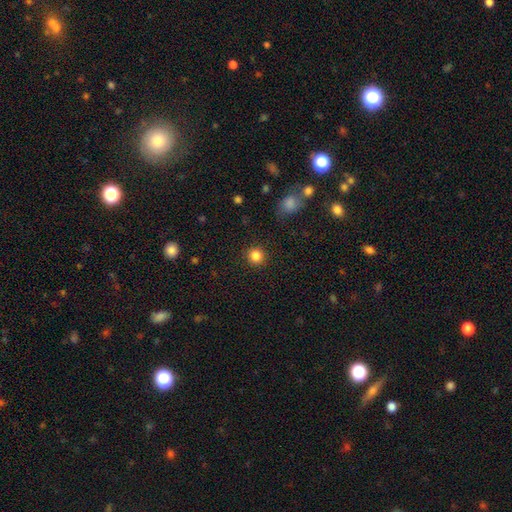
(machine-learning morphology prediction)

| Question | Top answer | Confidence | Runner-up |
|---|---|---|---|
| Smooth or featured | smooth | 84% | star or artifact (11%) |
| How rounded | round | 93% | in between (6%) |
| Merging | none | 91% | minor disturbance (6%) |